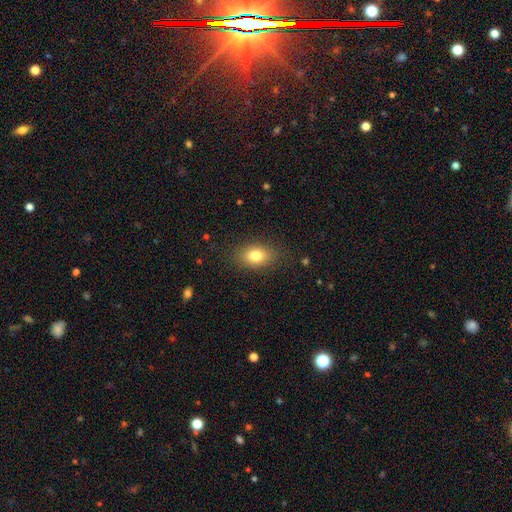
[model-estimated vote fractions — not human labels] A smooth galaxy with no disk features (79%) that is in between round and cigar-shaped (79%).

Vote fractions:
- Smooth or featured? smooth: 79% / featured or disk: 11% / star or artifact: 10%
- How rounded? in between: 79% / round: 19% / cigar-shaped: 2%
- Merging? none: 84% / minor disturbance: 11% / major disturbance: 4% / merger: 1%